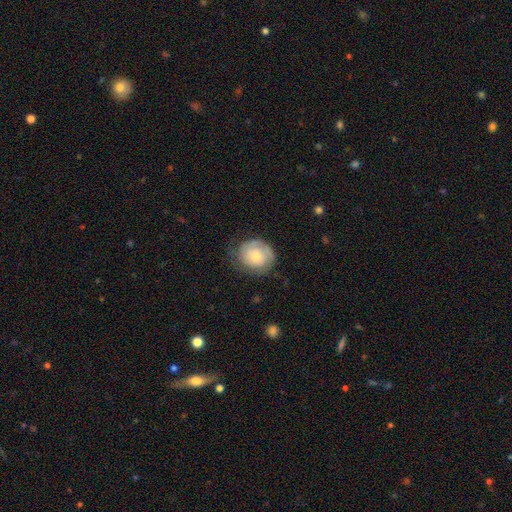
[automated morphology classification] type=smooth (48%); merging=none (62%).